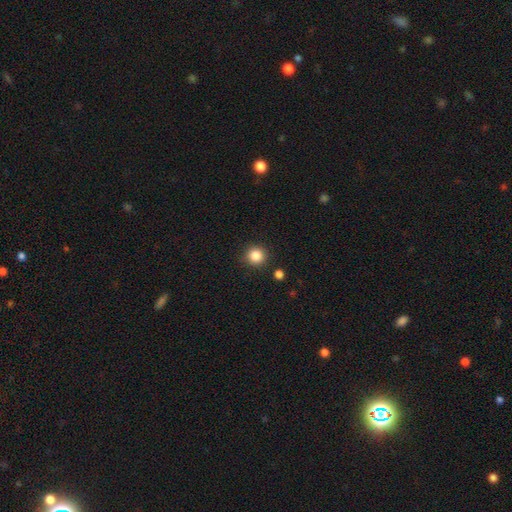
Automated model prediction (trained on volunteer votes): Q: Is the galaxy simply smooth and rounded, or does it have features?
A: smooth — 85%.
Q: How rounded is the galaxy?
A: round — 93%.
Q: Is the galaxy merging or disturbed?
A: none — 89%.